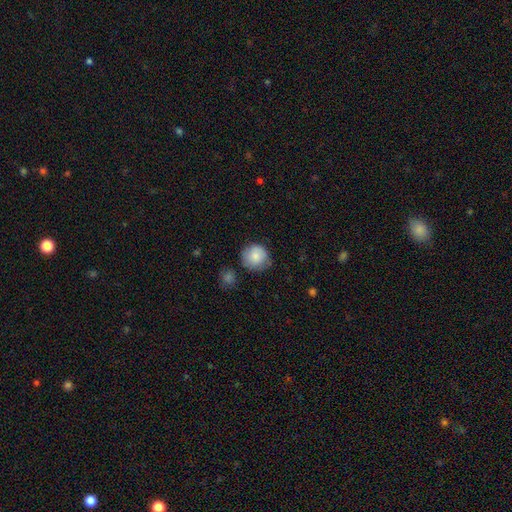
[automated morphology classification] Overall: smooth (83%). How rounded: round (92%). Merging: none (74%).